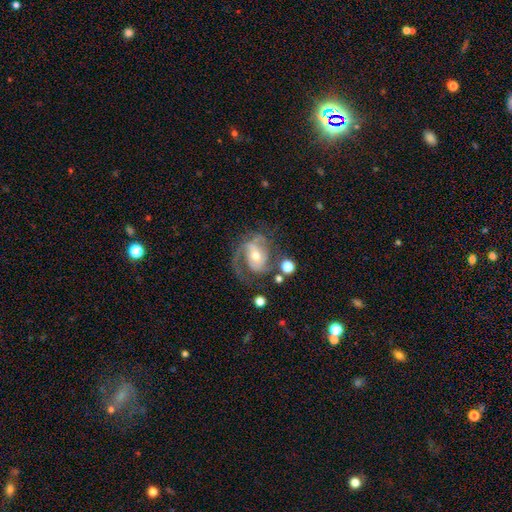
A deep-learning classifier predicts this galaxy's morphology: Q: Smooth or featured?
A: featured or disk (84%); runner-up: smooth (10%)
Q: Edge-on disk?
A: no (97%); runner-up: yes (3%)
Q: Bar?
A: no (43%); runner-up: weak (39%)
Q: Spiral arms?
A: yes (94%); runner-up: no (6%)
Q: Spiral winding?
A: medium (48%); runner-up: tight (34%)
Q: Spiral arm count?
A: 2 (57%); runner-up: 1 (15%)
Q: Bulge size?
A: moderate (57%); runner-up: small (37%)
Q: Merging?
A: none (53%); runner-up: major disturbance (22%)